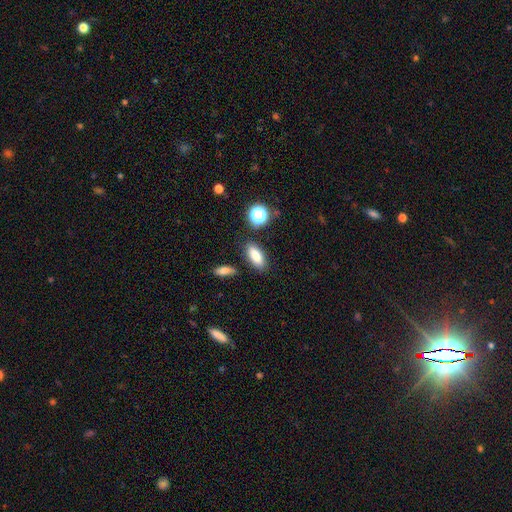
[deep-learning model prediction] smooth-or-featured: smooth: 81% | star or artifact: 10% | featured or disk: 9%
  how-rounded: in between: 77% | cigar-shaped: 17% | round: 6%
  merging: none: 84% | minor disturbance: 10% | merger: 4% | major disturbance: 3%